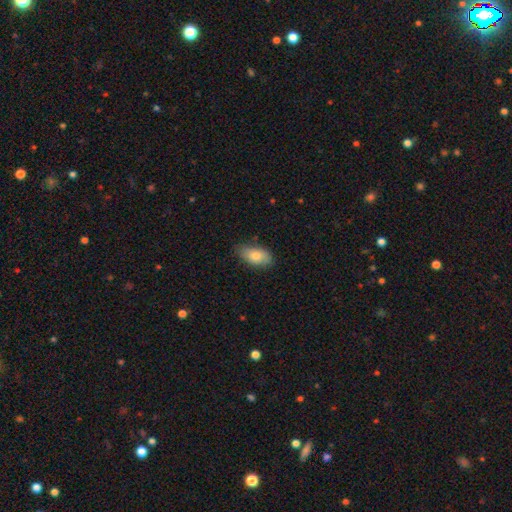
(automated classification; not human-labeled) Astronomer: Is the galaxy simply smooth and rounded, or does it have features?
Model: smooth — 79%.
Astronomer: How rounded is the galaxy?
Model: in between — 92%.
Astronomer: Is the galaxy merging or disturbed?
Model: none — 76%.